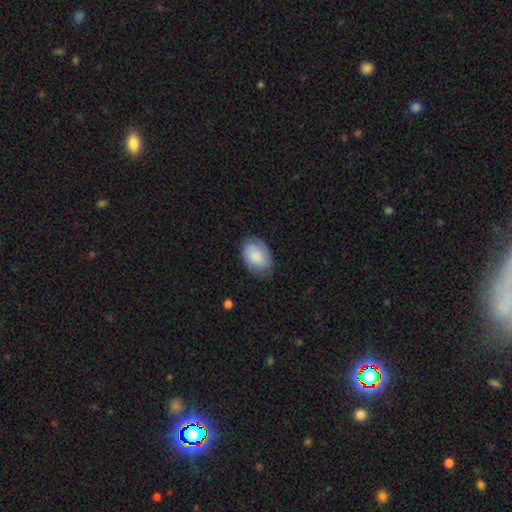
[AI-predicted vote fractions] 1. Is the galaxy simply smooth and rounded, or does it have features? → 70% smooth, 23% featured or disk, 7% star or artifact.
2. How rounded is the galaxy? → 85% in between, 14% round, 1% cigar-shaped.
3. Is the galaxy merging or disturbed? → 73% none, 20% minor disturbance, 5% major disturbance, 1% merger.